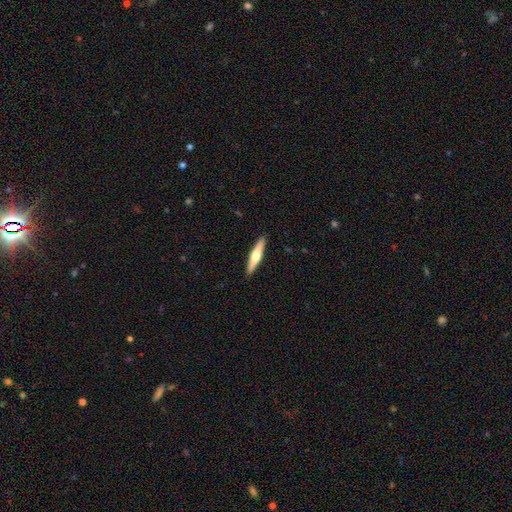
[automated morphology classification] A featured or disk galaxy (56%) viewed edge-on (96%) with a rounded central bulge (92%).

Vote fractions:
- Smooth or featured? featured or disk: 56% / smooth: 39% / star or artifact: 5%
- Edge-on disk? yes: 96% / no: 4%
- Edge-on bulge? rounded: 92% / boxy: 4% / none: 4%
- Merging? none: 91% / minor disturbance: 7% / major disturbance: 1% / merger: 1%